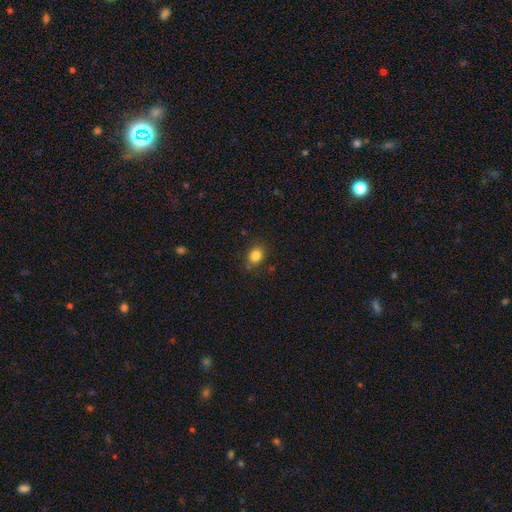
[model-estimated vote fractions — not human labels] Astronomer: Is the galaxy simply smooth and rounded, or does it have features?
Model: smooth — 83%.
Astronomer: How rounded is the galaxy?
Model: in between — 51% (runner-up: round, 47%).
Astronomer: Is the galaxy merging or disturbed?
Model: none — 79%.